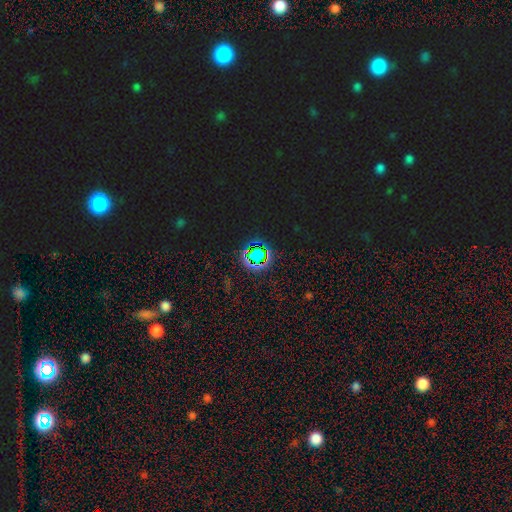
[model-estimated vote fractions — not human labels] Smooth or featured: star or artifact — 76% (smooth — 15%)